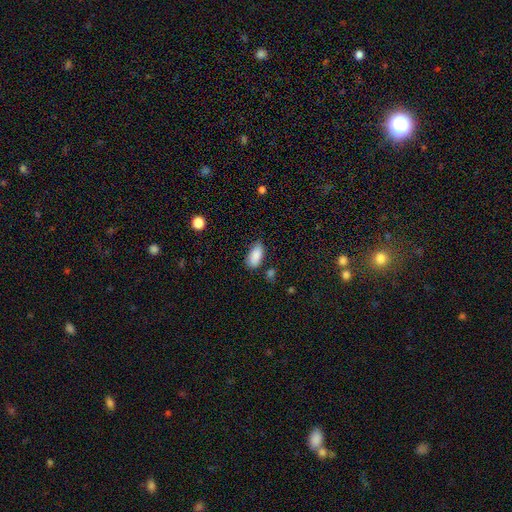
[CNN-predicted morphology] This appears to be a smooth galaxy with no disk features (88%) that is in between round and cigar-shaped (92%). Merging: none (69%).